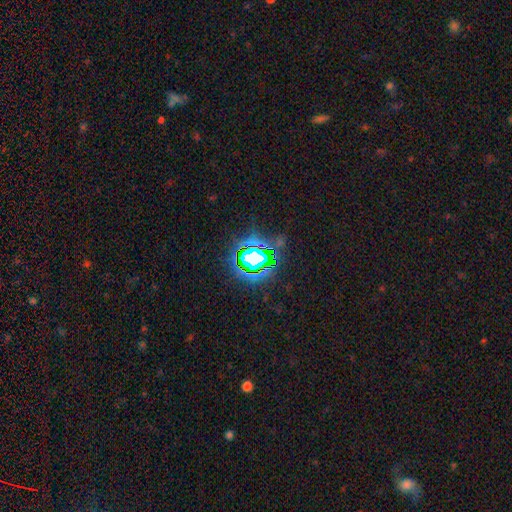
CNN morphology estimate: type=star or artifact (75%).